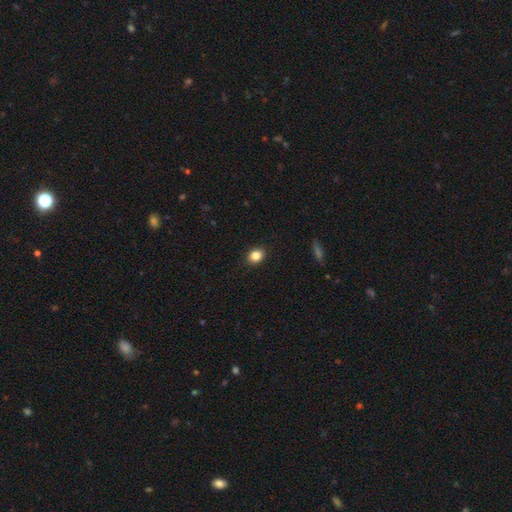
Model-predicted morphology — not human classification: smooth_or_featured: smooth (p=0.85) [alt: star or artifact p=0.10]
how_rounded: round (p=0.53) [alt: in between p=0.46]
merging: none (p=0.90) [alt: minor disturbance p=0.08]